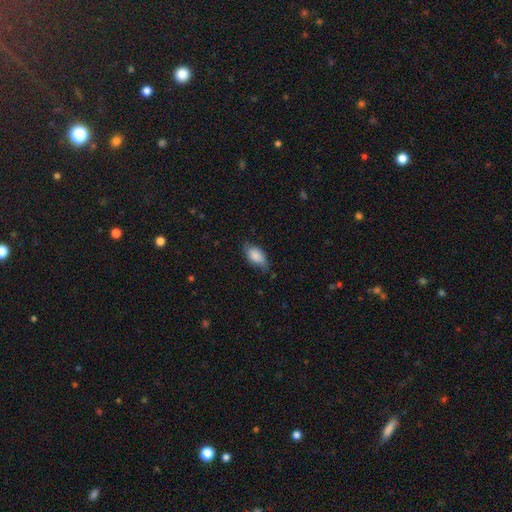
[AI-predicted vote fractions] smooth 84%, featured or disk 9%, star or artifact 6%. Down the decision tree: how rounded — in between (91%); merging — none (66%).